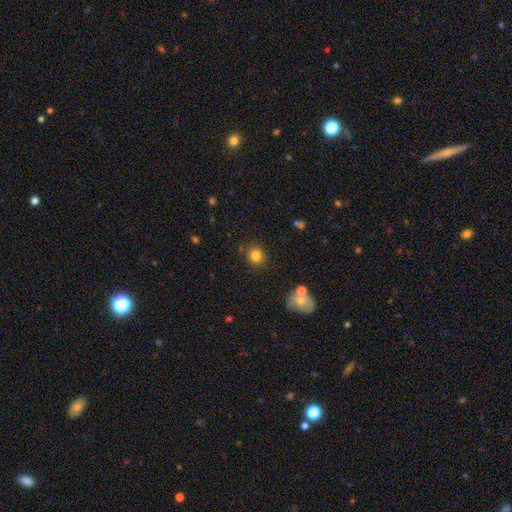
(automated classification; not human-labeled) This appears to be a smooth galaxy with no disk features (81%) that is round (80%). Merging: none (86%).